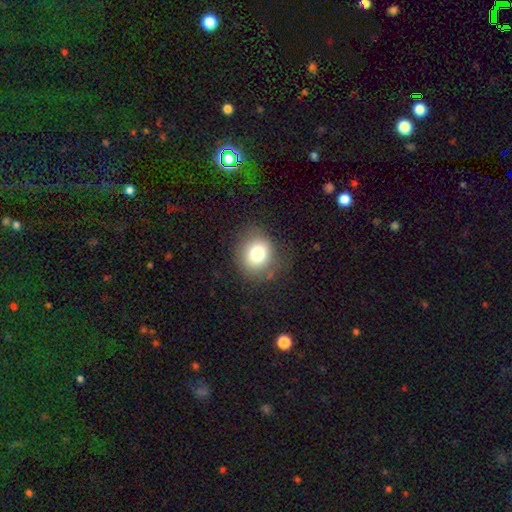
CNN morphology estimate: The model was most divided on "how rounded": round: 78%, in between: 21%, cigar-shaped: 1%. More confident: merging — none (79%); smooth or featured — smooth (78%).